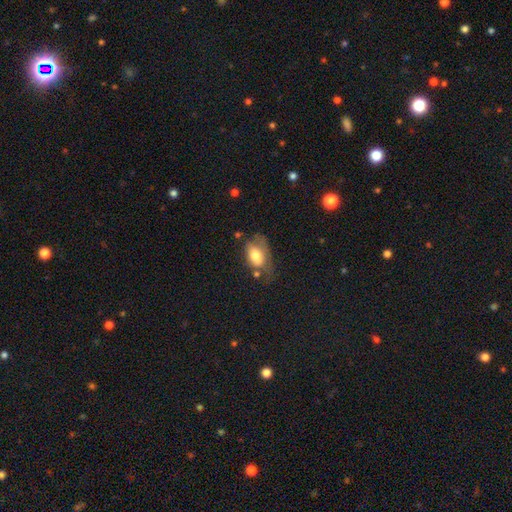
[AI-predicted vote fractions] The model was most divided on "merging": none: 32%, minor disturbance: 31%, major disturbance: 29%, merger: 8%. More confident: how rounded — in between (90%); smooth or featured — smooth (71%).